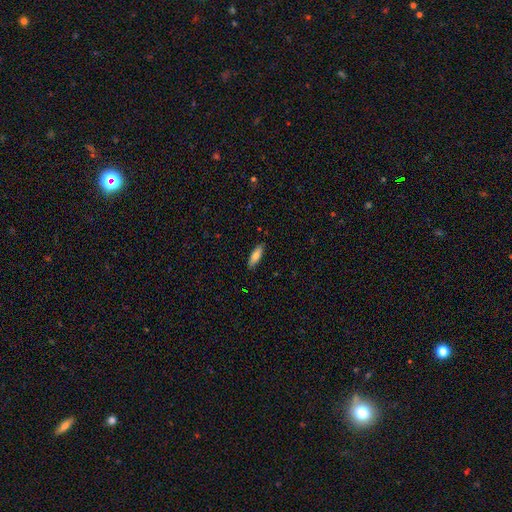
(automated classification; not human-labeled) Q: Smooth or featured?
A: smooth (79%); runner-up: featured or disk (15%)
Q: How rounded?
A: in between (57%); runner-up: cigar-shaped (41%)
Q: Merging?
A: none (88%); runner-up: minor disturbance (9%)